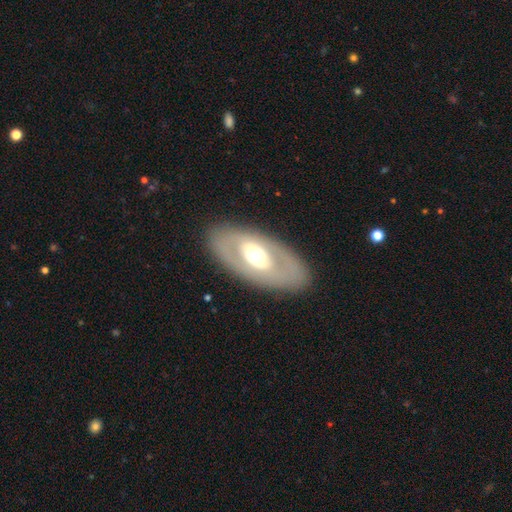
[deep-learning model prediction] Smooth or featured? featured or disk (59%)
Edge-on disk? no (86%)
Bar? no (63%)
Spiral arms? no (84%)
Bulge size? moderate (58%)
Merging? none (84%)